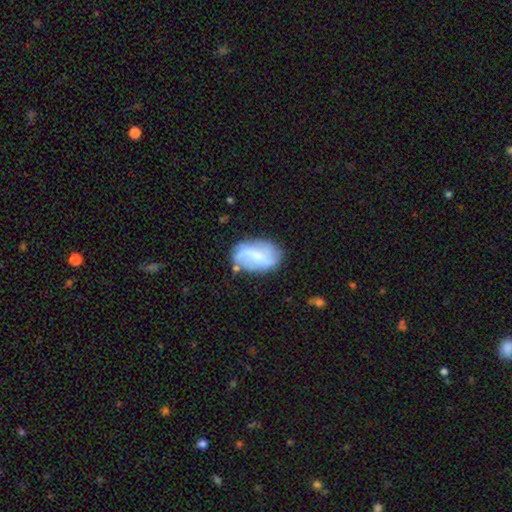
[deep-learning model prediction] Overall: featured or disk (52%; smooth 40%). Edge-on disk: no (96%). Merging: none (60%; minor disturbance 24%).